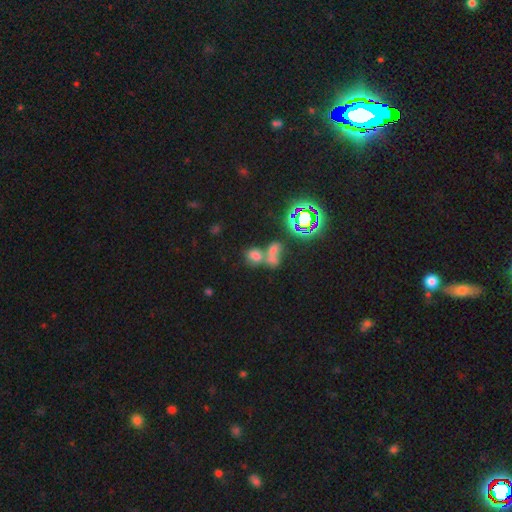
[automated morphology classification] Smooth or featured? Predicted: smooth (p=0.62). How rounded? Predicted: in between (p=0.57). Merging? Predicted: merger (p=0.61).